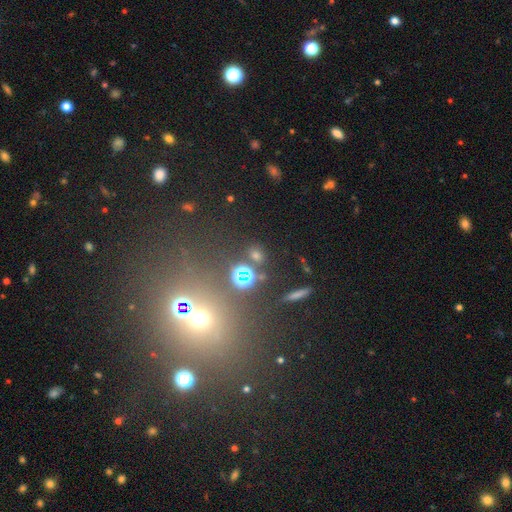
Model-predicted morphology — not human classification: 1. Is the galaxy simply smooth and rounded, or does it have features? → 47% smooth, 43% star or artifact, 10% featured or disk.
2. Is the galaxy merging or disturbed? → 81% none, 8% minor disturbance, 6% merger, 4% major disturbance.